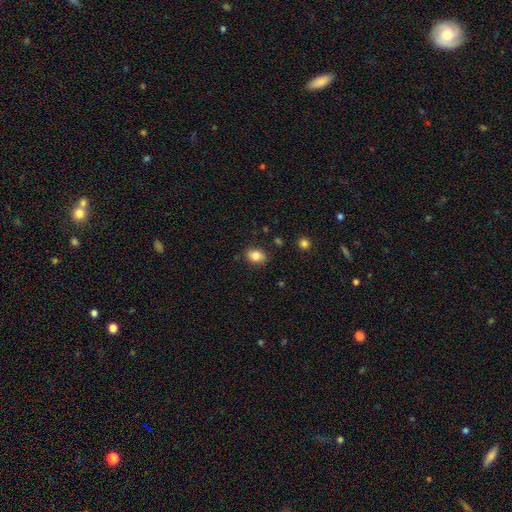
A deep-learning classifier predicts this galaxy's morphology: type=smooth (85%); roundness=in between (63%); merging=none (85%).